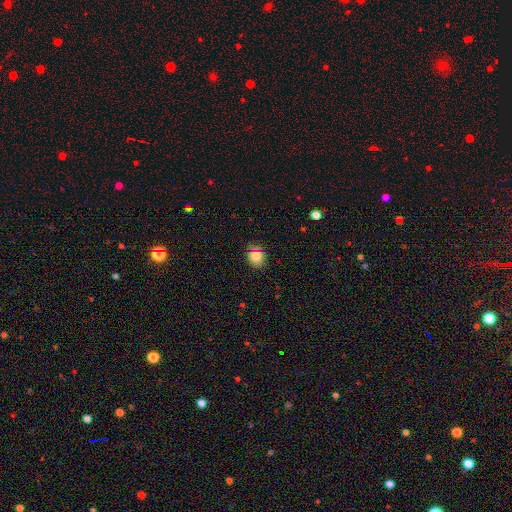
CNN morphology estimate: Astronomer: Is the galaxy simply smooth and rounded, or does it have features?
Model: smooth — 81%.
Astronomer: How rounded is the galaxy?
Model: round — 63%.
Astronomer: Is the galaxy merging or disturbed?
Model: none — 78%.